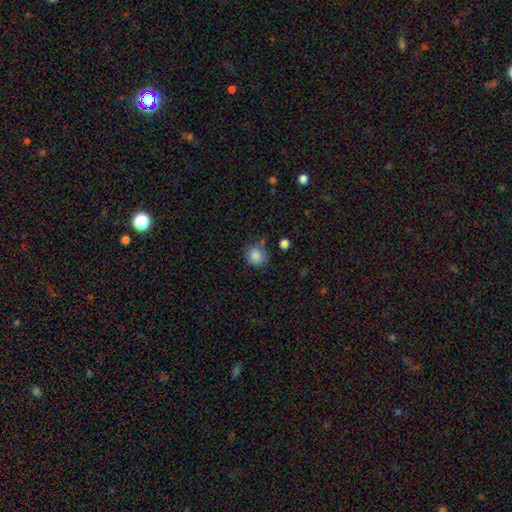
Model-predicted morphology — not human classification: type=smooth (86%); roundness=round (82%); merging=none (68%).